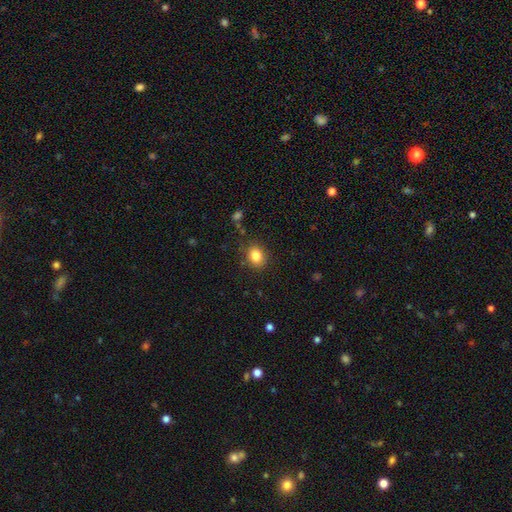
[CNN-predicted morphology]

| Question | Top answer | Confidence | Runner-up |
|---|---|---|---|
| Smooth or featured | smooth | 83% | star or artifact (11%) |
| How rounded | round | 62% | in between (37%) |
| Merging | none | 84% | minor disturbance (11%) |